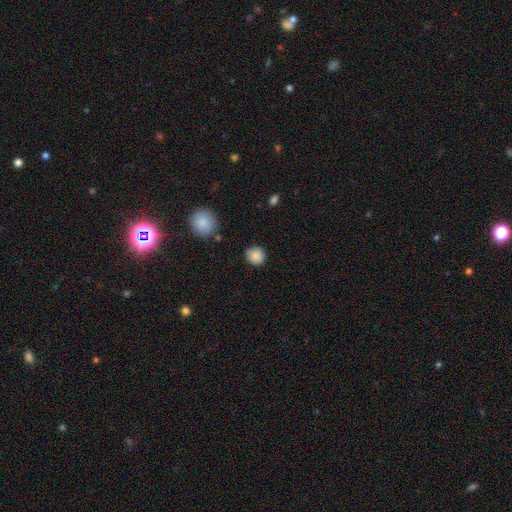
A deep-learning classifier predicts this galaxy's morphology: smooth 87%, star or artifact 8%, featured or disk 4%. Down the decision tree: how rounded — round (90%); merging — none (86%).